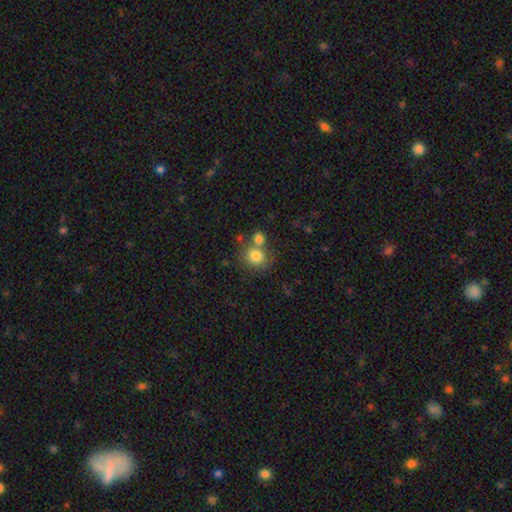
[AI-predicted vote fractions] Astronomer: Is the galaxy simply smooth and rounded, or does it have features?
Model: smooth — 80%.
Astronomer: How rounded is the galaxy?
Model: round — 78%.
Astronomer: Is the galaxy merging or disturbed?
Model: none — 55% (runner-up: merger, 31%).